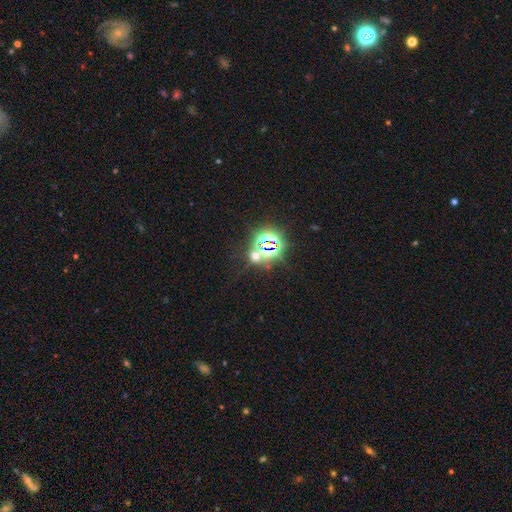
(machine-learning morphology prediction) Overall: star or artifact (69%).